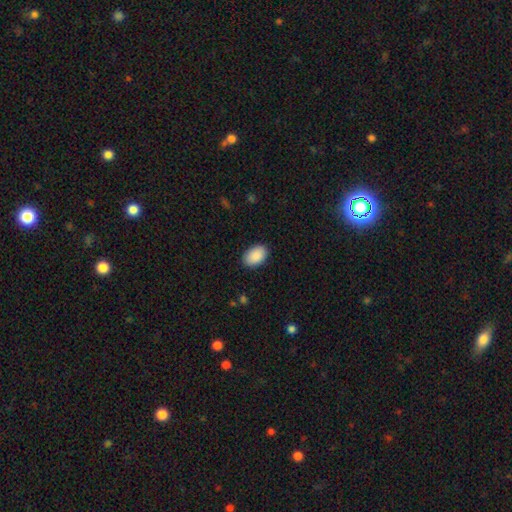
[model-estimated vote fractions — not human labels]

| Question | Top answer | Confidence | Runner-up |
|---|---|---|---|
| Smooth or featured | smooth | 91% | star or artifact (6%) |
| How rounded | in between | 92% | round (7%) |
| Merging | none | 88% | minor disturbance (9%) |